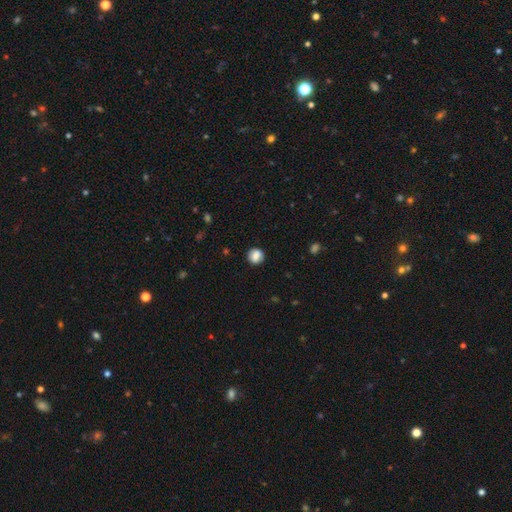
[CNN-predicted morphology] This appears to be a smooth galaxy with no disk features (80%) that is round (80%). Merging: none (79%).